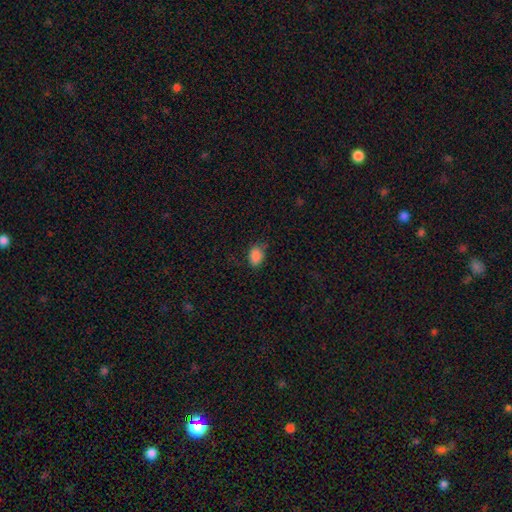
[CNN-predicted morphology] smooth 87%, star or artifact 10%, featured or disk 4%. Down the decision tree: how rounded — in between (78%); merging — none (70%).